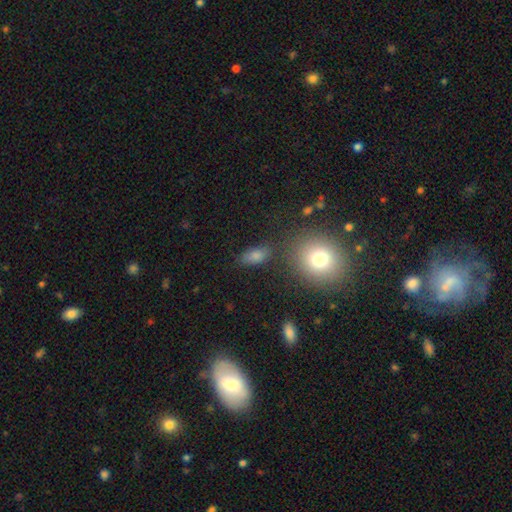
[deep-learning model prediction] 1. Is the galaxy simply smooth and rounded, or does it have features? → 77% smooth, 14% star or artifact, 9% featured or disk.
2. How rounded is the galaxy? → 85% in between, 9% round, 6% cigar-shaped.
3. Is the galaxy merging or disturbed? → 68% none, 18% minor disturbance, 7% merger, 7% major disturbance.